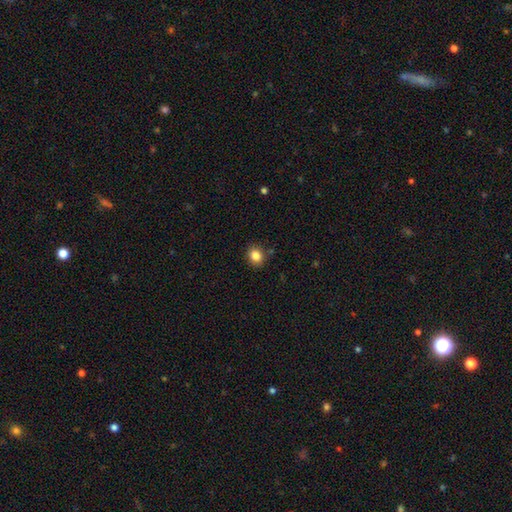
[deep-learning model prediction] The model was most divided on "how rounded": round: 65%, in between: 34%, cigar-shaped: 1%. More confident: merging — none (87%); smooth or featured — smooth (84%).